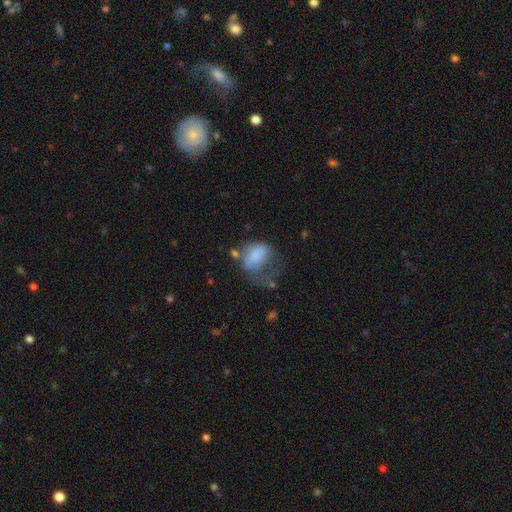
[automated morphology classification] smooth 63%, featured or disk 27%, star or artifact 10%. Down the decision tree: how rounded — in between (66%); merging — major disturbance (51%).